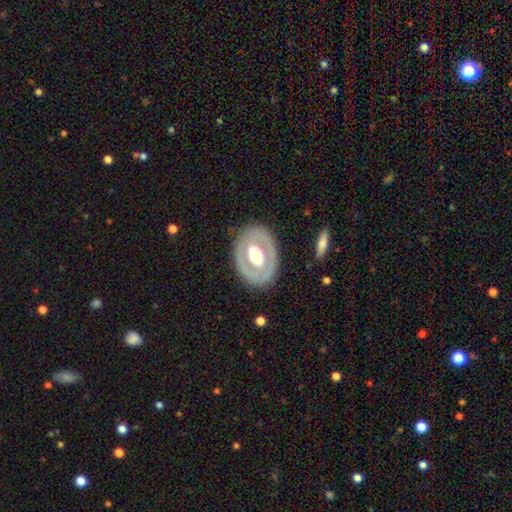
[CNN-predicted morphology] The model was most divided on "bulge size": moderate: 53%, large: 38%, small: 5%, dominant: 3%, none: 1%. More confident: edge-on disk — no (92%); spiral arms — no (88%); merging — none (82%); bar — no (63%); smooth or featured — featured or disk (61%).